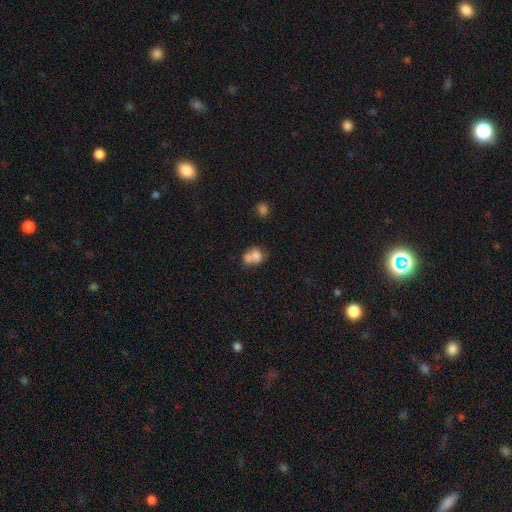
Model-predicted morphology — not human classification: This appears to be a smooth galaxy with no disk features (73%) that is round (53%). Merging: merger (61%).